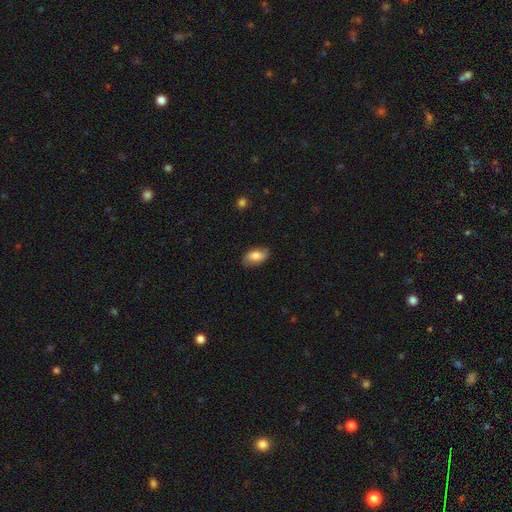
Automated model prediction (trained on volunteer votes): Smooth or featured? Predicted: smooth (p=0.76). How rounded? Predicted: in between (p=0.92). Merging? Predicted: none (p=0.80).